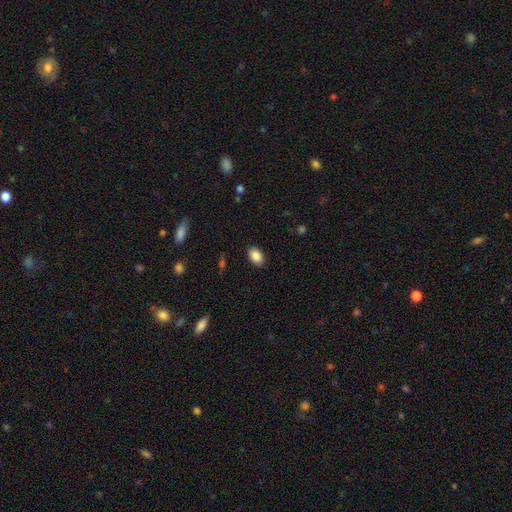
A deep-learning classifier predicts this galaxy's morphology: A smooth galaxy with no disk features (87%) that is in between round and cigar-shaped (86%).

Vote fractions:
- Smooth or featured? smooth: 87% / star or artifact: 8% / featured or disk: 5%
- How rounded? in between: 86% / round: 13% / cigar-shaped: 1%
- Merging? none: 89% / minor disturbance: 8% / major disturbance: 2% / merger: 1%